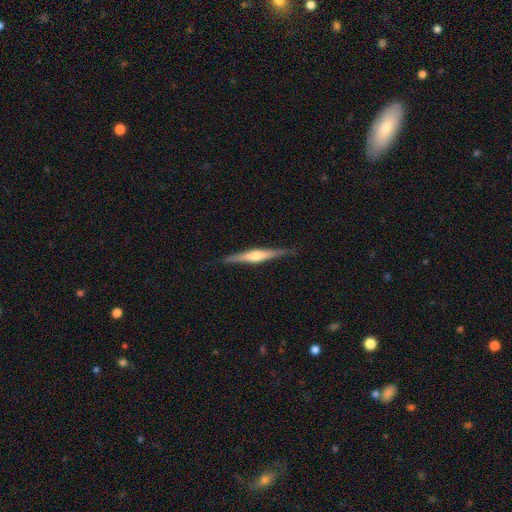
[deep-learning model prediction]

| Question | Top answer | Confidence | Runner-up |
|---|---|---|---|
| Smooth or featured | featured or disk | 69% | smooth (26%) |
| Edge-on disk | yes | 98% | no (2%) |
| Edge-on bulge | rounded | 85% | boxy (8%) |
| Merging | none | 88% | minor disturbance (9%) |